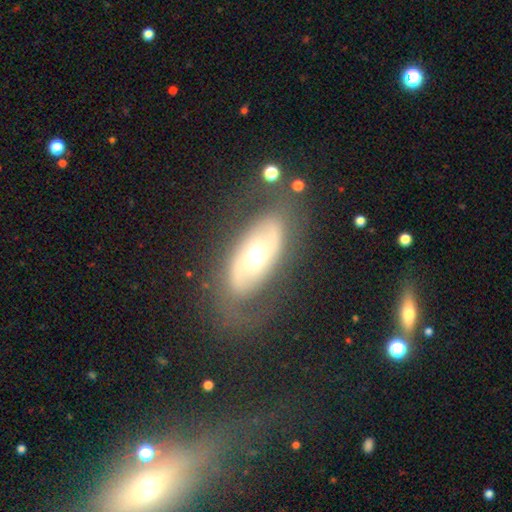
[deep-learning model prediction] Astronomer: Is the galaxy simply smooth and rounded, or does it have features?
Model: featured or disk — 70%.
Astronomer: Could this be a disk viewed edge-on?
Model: no — 91%.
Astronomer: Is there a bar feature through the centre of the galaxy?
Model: no — 68%.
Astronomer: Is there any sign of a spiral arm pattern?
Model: yes — 65%.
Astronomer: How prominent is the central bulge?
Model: moderate — 70%.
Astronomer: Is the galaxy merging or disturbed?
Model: none — 71%.